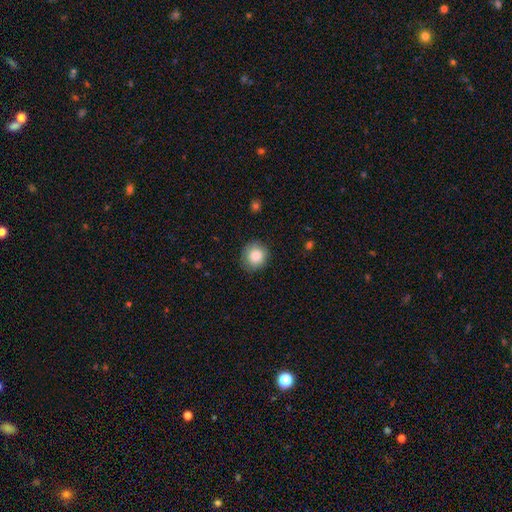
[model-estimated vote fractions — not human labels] Smooth or featured? smooth (84%)
How rounded? round (84%)
Merging? none (82%)